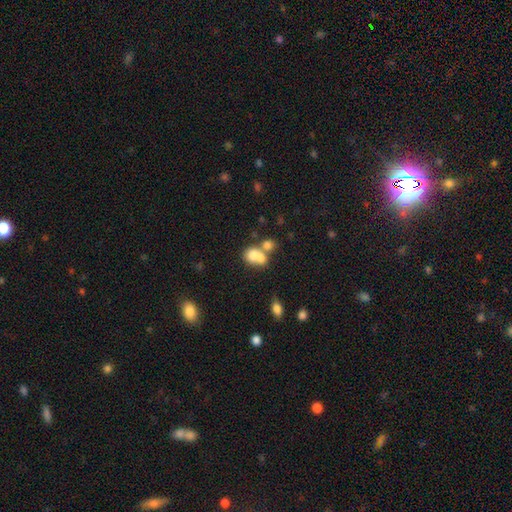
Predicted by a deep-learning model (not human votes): Smooth or featured?
  - smooth: 72% *
  - featured or disk: 18%
  - star or artifact: 10%
How rounded?
  - in between: 55% *
  - round: 44%
  - cigar-shaped: 1%
Merging?
  - merger: 65% *
  - none: 22%
  - minor disturbance: 8%
  - major disturbance: 5%